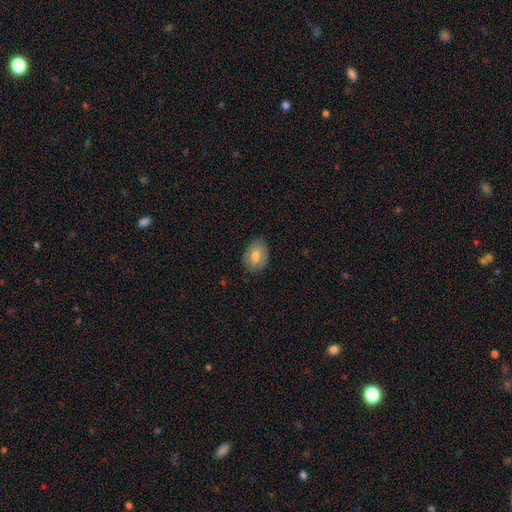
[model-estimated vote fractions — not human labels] A smooth galaxy with no disk features (66%) that is in between round and cigar-shaped (76%). Merging: none (82%).